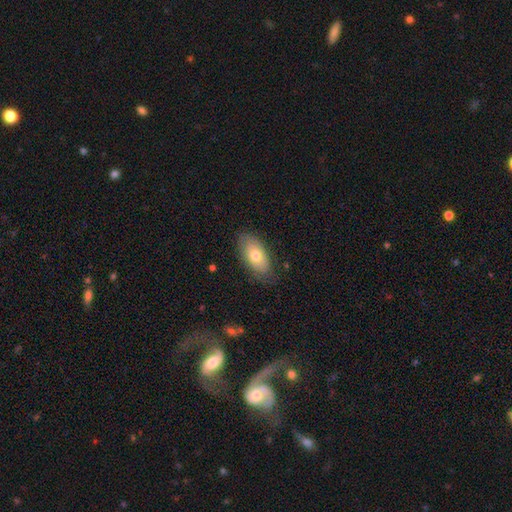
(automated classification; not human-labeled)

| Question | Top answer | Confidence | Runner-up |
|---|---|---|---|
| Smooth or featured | smooth | 69% | featured or disk (24%) |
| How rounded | in between | 92% | round (4%) |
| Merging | none | 78% | minor disturbance (17%) |